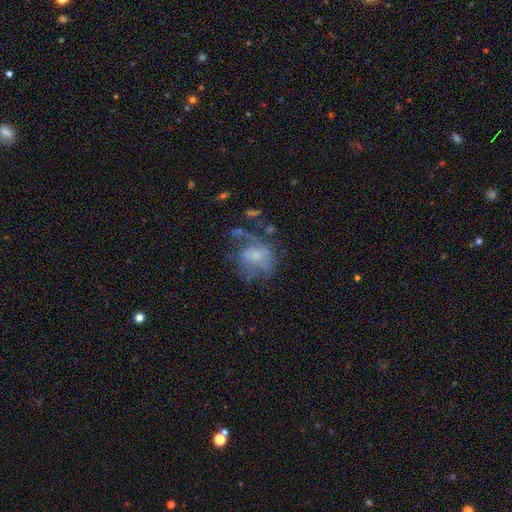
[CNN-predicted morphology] Smooth or featured? Predicted: featured or disk (p=0.50). Merging? Predicted: major disturbance (p=0.39).